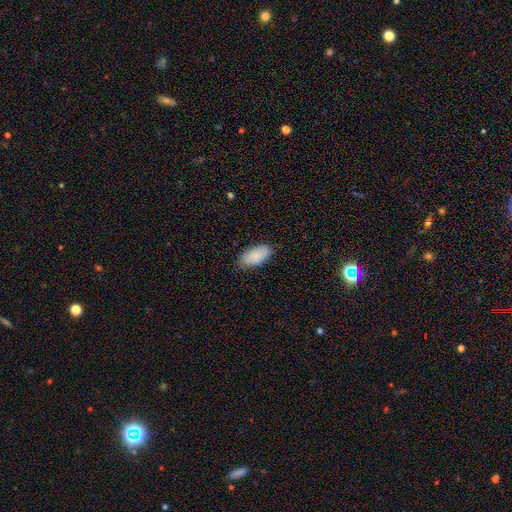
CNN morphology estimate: Smooth or featured? Predicted: smooth (p=0.85). How rounded? Predicted: in between (p=0.94). Merging? Predicted: none (p=0.81).